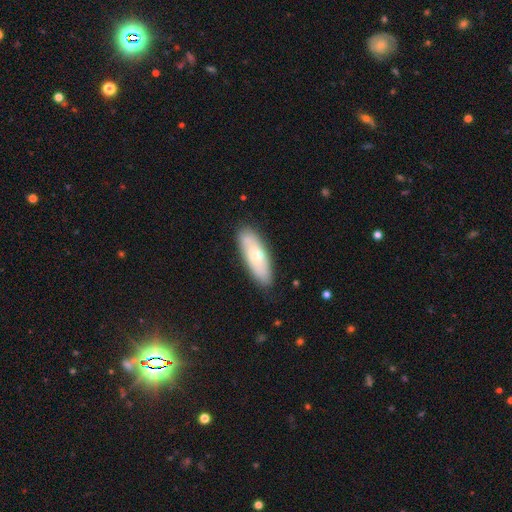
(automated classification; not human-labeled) smooth_or_featured: smooth (p=0.60) [alt: featured or disk p=0.34]
how_rounded: in between (p=0.61) [alt: cigar-shaped p=0.37]
merging: none (p=0.81) [alt: minor disturbance p=0.14]